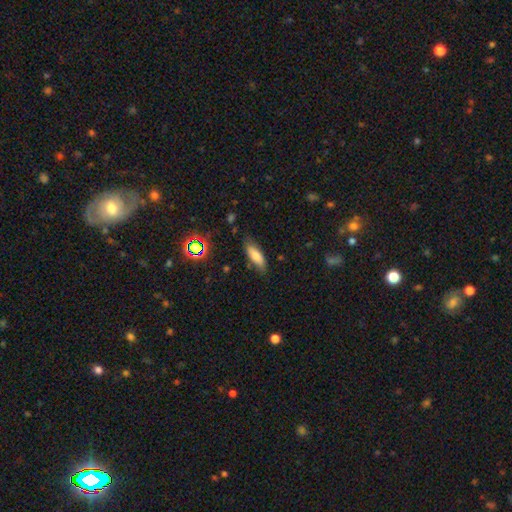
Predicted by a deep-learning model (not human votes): A smooth galaxy with no disk features (75%) that is in between round and cigar-shaped (64%).

Vote fractions:
- Smooth or featured? smooth: 75% / featured or disk: 15% / star or artifact: 10%
- How rounded? in between: 64% / cigar-shaped: 34% / round: 2%
- Merging? none: 75% / minor disturbance: 19% / major disturbance: 4% / merger: 2%